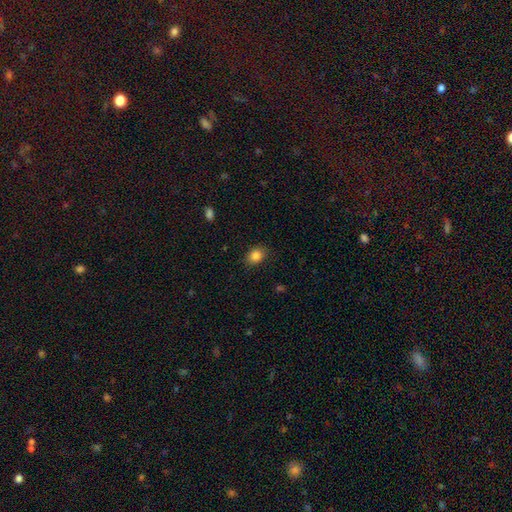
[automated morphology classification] Q: Smooth or featured?
A: smooth (85%); runner-up: star or artifact (10%)
Q: How rounded?
A: in between (59%); runner-up: round (40%)
Q: Merging?
A: none (85%); runner-up: minor disturbance (11%)